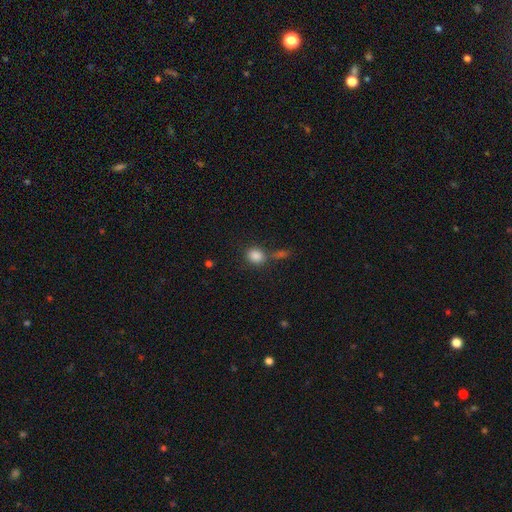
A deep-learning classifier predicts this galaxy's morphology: This is clearly a smooth galaxy (85%). How rounded: likely round (67%). Merging: likely none (62%).